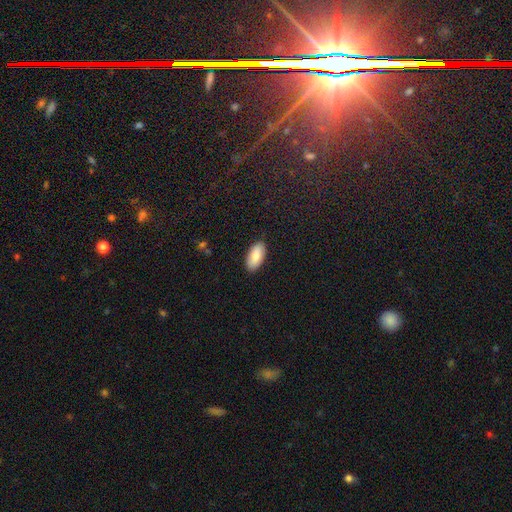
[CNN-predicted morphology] smooth_or_featured: smooth (p=0.82) [alt: featured or disk p=0.12]
how_rounded: in between (p=0.92) [alt: cigar-shaped p=0.06]
merging: none (p=0.88) [alt: minor disturbance p=0.09]